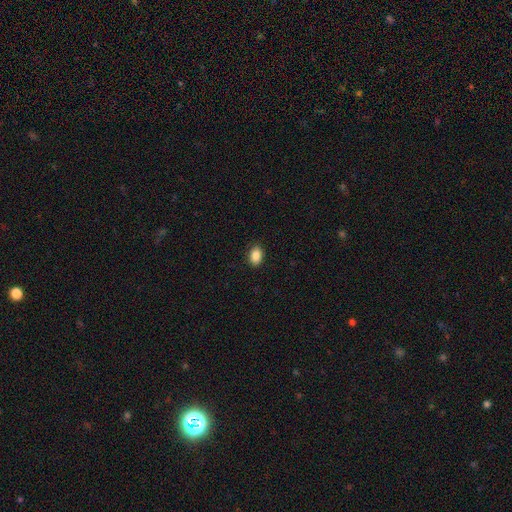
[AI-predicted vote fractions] Smooth or featured: smooth — 88% (star or artifact — 8%)
How rounded: in between — 86% (round — 13%)
Merging: none — 89% (minor disturbance — 8%)